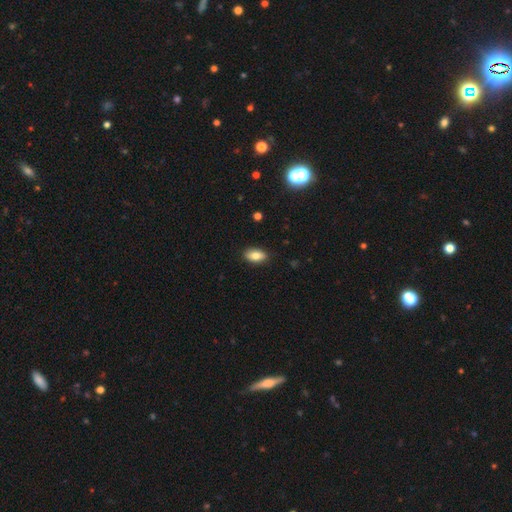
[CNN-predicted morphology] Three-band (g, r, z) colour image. It shows a smooth galaxy with no disk features (81%) that is in between round and cigar-shaped (90%). Merging: none (87%).